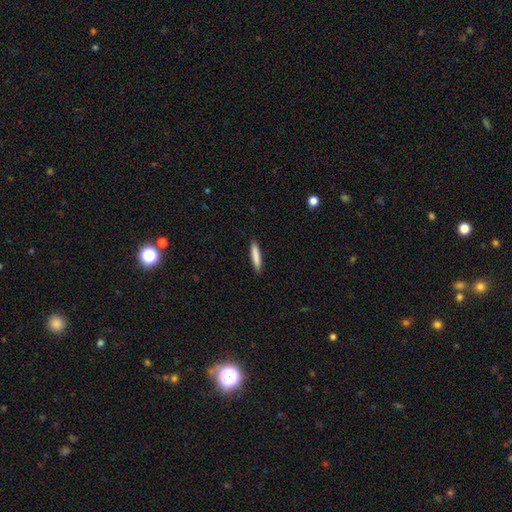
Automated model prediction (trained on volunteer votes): Q: Smooth or featured?
A: smooth (85%); runner-up: featured or disk (9%)
Q: How rounded?
A: cigar-shaped (88%); runner-up: in between (11%)
Q: Merging?
A: none (89%); runner-up: minor disturbance (8%)